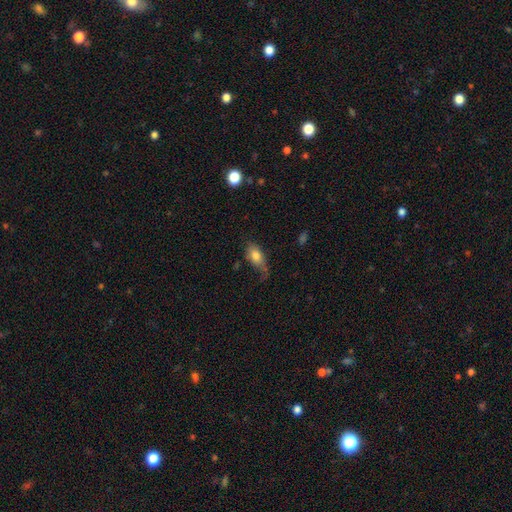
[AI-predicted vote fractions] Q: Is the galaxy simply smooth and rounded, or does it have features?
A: smooth — 76%.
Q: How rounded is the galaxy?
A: in between — 87%.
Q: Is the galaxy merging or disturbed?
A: none — 40%.